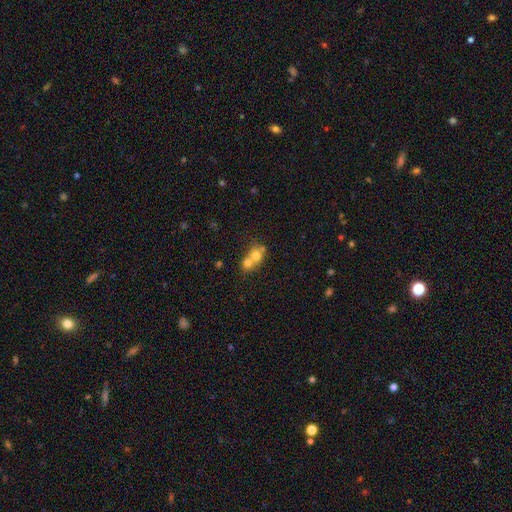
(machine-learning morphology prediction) Smooth or featured?
  - smooth: 70% *
  - featured or disk: 18%
  - star or artifact: 11%
How rounded?
  - round: 73% *
  - in between: 26%
  - cigar-shaped: 1%
Merging?
  - merger: 68% *
  - none: 25%
  - minor disturbance: 5%
  - major disturbance: 2%